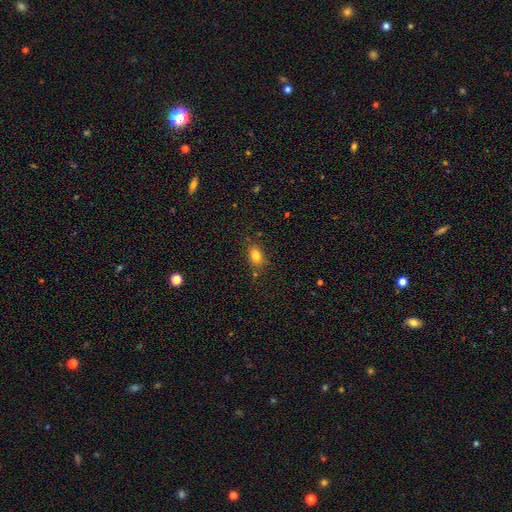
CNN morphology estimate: This appears to be a smooth galaxy with no disk features (81%) that is in between round and cigar-shaped (76%). Merging: none (76%).